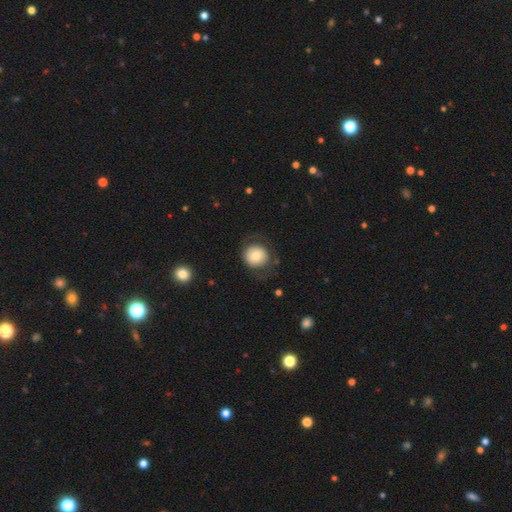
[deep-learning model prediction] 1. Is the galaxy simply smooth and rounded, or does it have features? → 71% smooth, 21% featured or disk, 8% star or artifact.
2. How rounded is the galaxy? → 90% round, 9% in between, 1% cigar-shaped.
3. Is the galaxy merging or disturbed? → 72% none, 15% minor disturbance, 12% major disturbance, 2% merger.